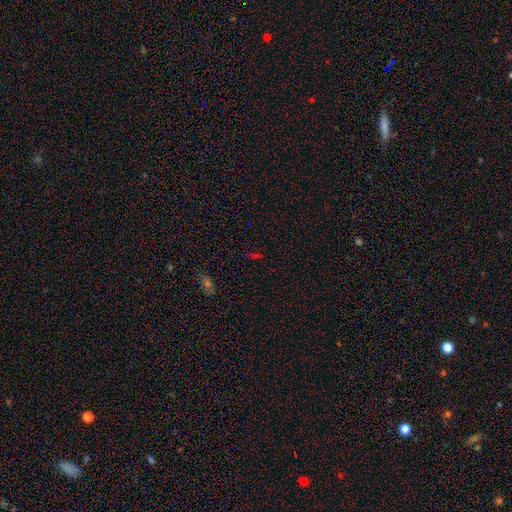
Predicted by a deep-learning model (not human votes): Q: Smooth or featured?
A: star or artifact (61%); runner-up: smooth (28%)